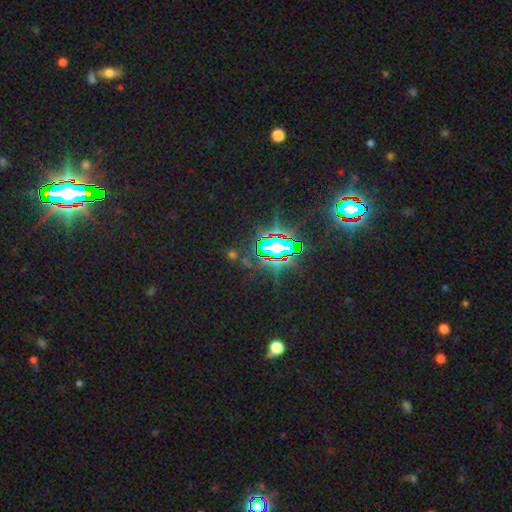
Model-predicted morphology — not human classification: Overall: star or artifact (85%).